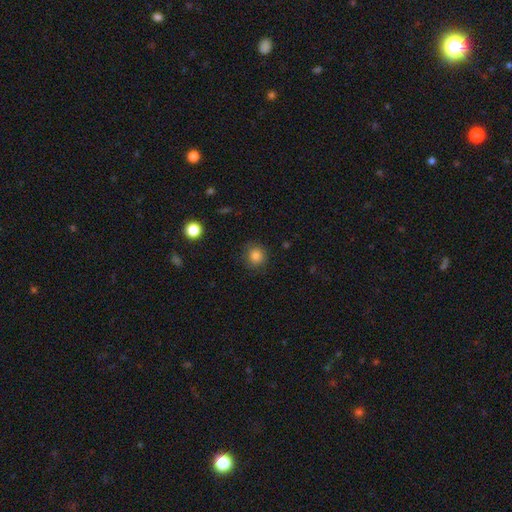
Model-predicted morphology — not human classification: Smooth or featured?
  - smooth: 84% *
  - star or artifact: 11%
  - featured or disk: 5%
How rounded?
  - round: 89% *
  - in between: 10%
  - cigar-shaped: 1%
Merging?
  - none: 85% *
  - minor disturbance: 11%
  - major disturbance: 3%
  - merger: 1%